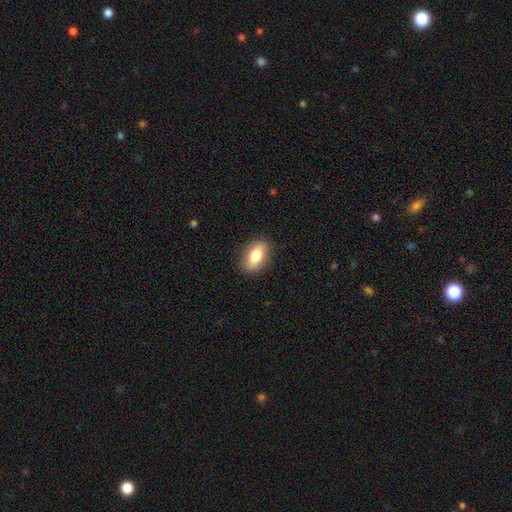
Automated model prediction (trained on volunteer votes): smooth_or_featured: smooth (p=0.78) [alt: featured or disk p=0.15]
how_rounded: in between (p=0.86) [alt: round p=0.08]
merging: none (p=0.87) [alt: minor disturbance p=0.09]